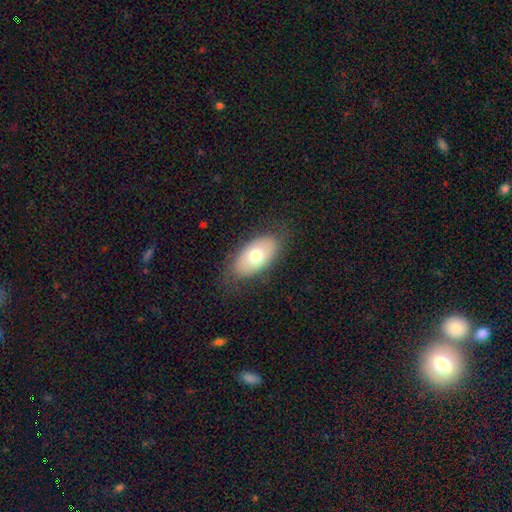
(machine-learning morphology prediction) This appears to be a smooth galaxy with no disk features (67%) that is in between round and cigar-shaped (93%). Merging: none (79%).